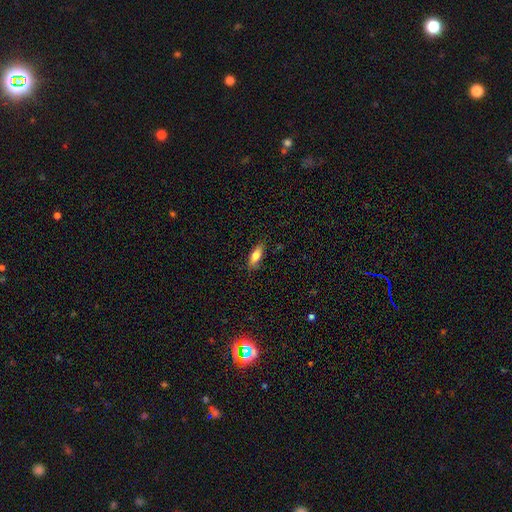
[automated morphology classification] smooth_or_featured: smooth (p=0.75) [alt: featured or disk p=0.18]
how_rounded: in between (p=0.66) [alt: cigar-shaped p=0.31]
merging: none (p=0.80) [alt: minor disturbance p=0.16]